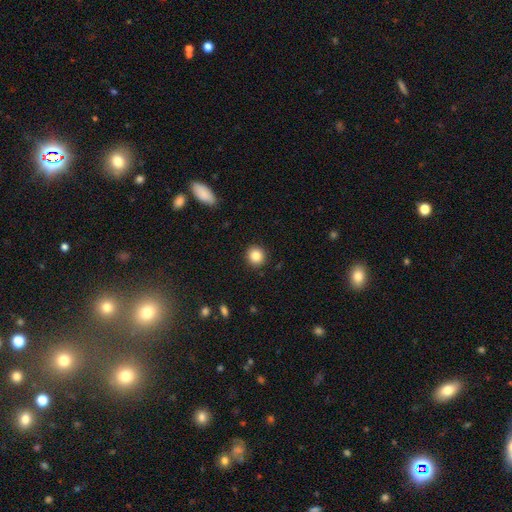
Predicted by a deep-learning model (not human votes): Overall: smooth (85%). How rounded: round (90%). Merging: none (92%).